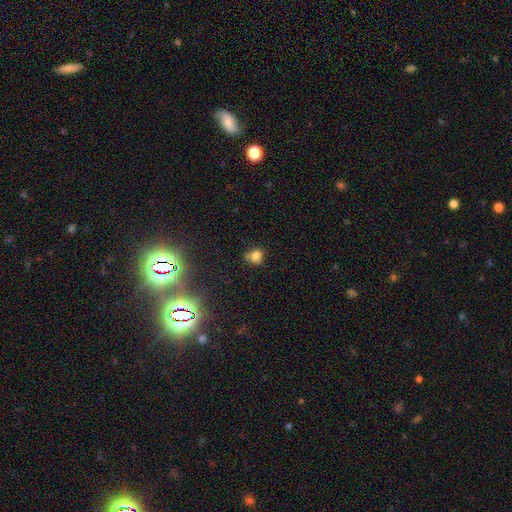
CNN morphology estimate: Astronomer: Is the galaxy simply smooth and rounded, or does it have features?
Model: smooth — 75%.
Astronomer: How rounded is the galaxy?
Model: round — 64%.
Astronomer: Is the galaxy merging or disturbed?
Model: none — 51%.